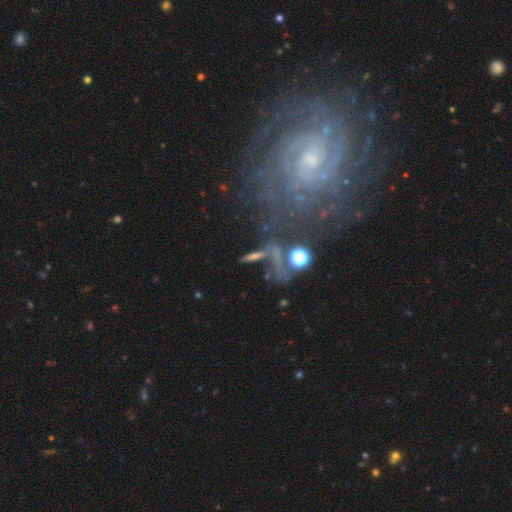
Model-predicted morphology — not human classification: This appears to be a smooth galaxy with no disk features (37%, tied with featured or disk). Merging: none (54%).